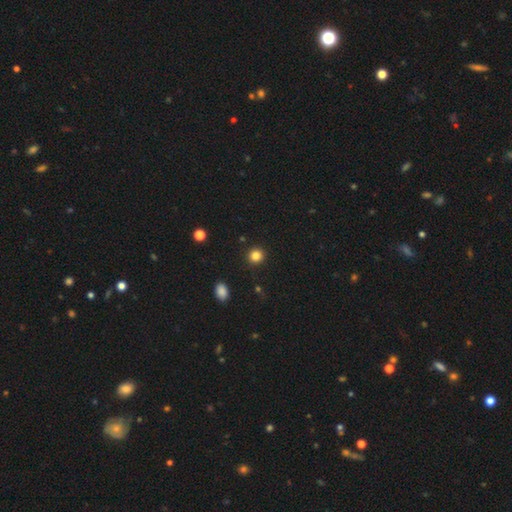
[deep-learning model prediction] A smooth galaxy with no disk features (84%) that is round (91%). Merging: none (92%).